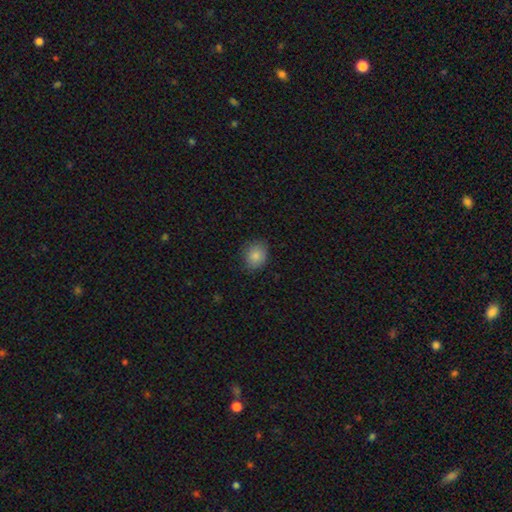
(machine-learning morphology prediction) Smooth or featured? Predicted: smooth (p=0.86). How rounded? Predicted: round (p=0.66). Merging? Predicted: none (p=0.83).